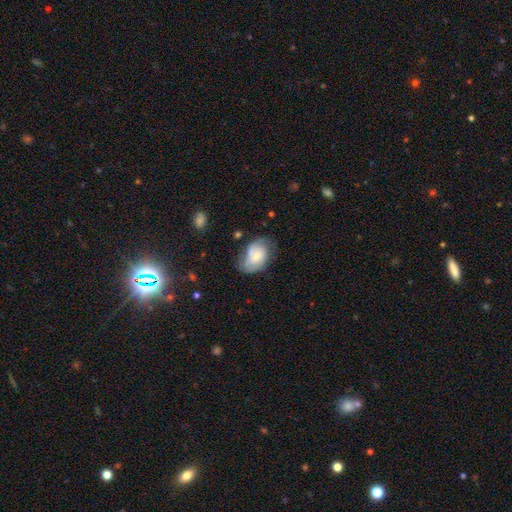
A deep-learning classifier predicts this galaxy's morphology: This appears to be a smooth galaxy with no disk features (49%). Merging: none (51%).